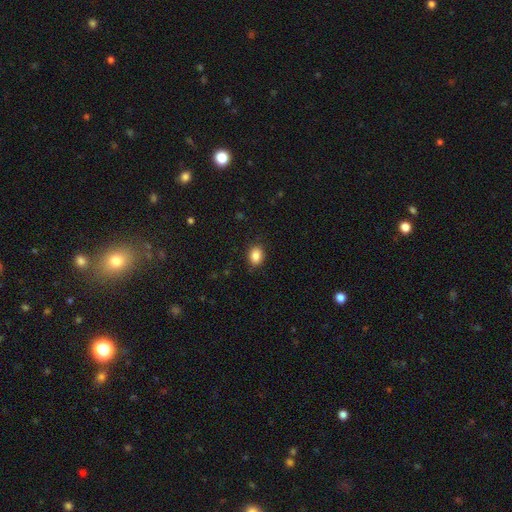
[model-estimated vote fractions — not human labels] Q: Smooth or featured?
A: smooth (87%); runner-up: star or artifact (9%)
Q: How rounded?
A: in between (61%); runner-up: round (39%)
Q: Merging?
A: none (88%); runner-up: minor disturbance (9%)